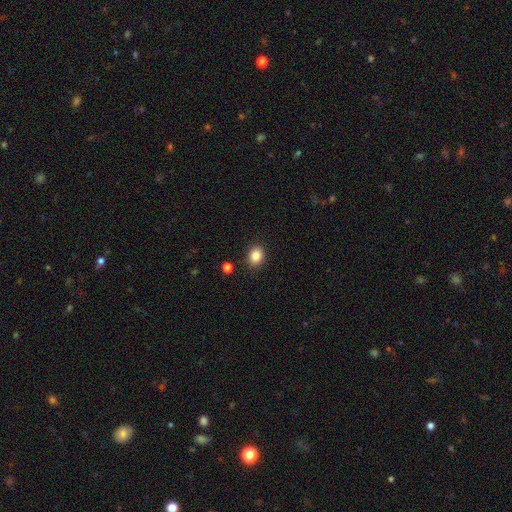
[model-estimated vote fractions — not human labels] Smooth or featured? Predicted: smooth (p=0.85). How rounded? Predicted: round (p=0.57). Merging? Predicted: none (p=0.88).